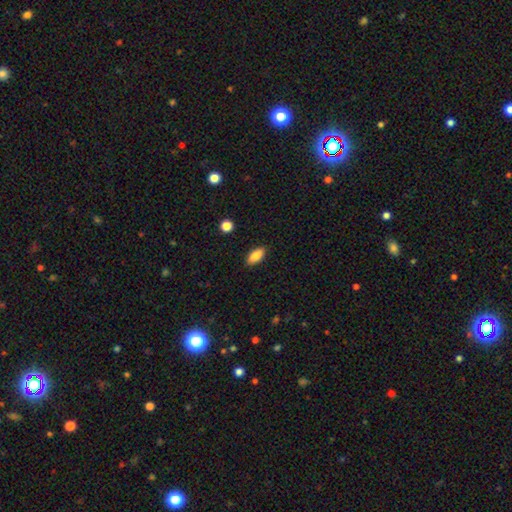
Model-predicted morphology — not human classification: Q: Smooth or featured?
A: smooth (86%); runner-up: star or artifact (7%)
Q: How rounded?
A: in between (87%); runner-up: cigar-shaped (11%)
Q: Merging?
A: none (88%); runner-up: minor disturbance (9%)